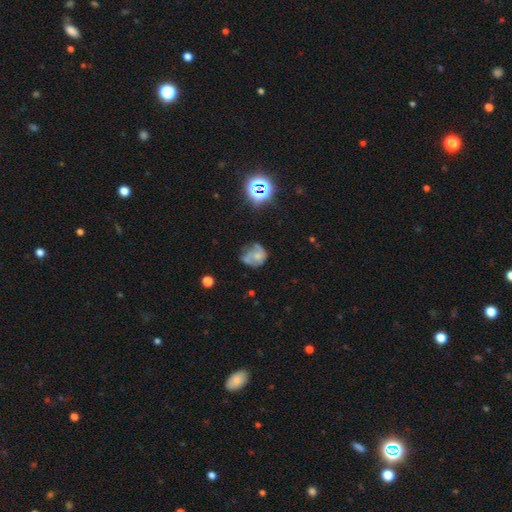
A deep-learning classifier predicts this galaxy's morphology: A featured or disk galaxy (47%). Merging: none (37%).